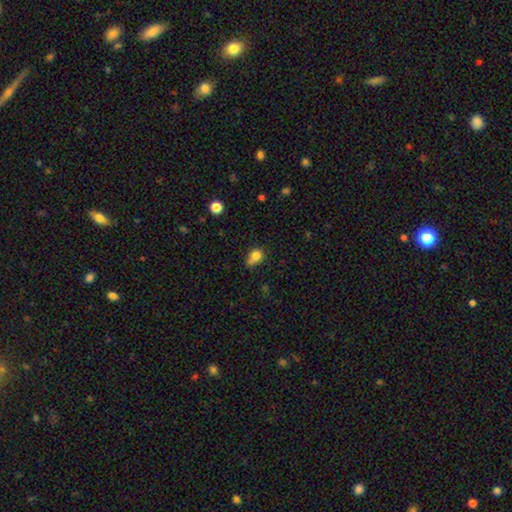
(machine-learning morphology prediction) type=smooth (79%); roundness=round (67%); merging=none (41%).